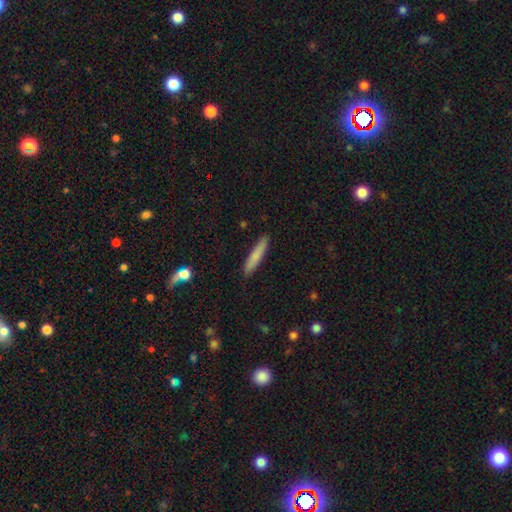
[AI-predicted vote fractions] Smooth or featured? smooth (79%)
How rounded? cigar-shaped (91%)
Merging? none (90%)